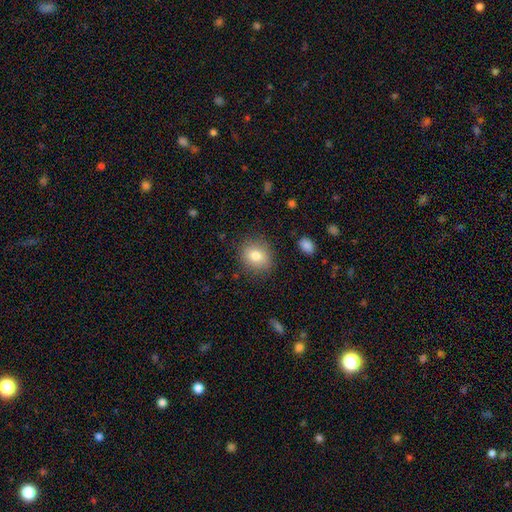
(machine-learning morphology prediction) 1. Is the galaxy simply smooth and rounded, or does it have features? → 79% smooth, 11% featured or disk, 10% star or artifact.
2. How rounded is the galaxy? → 67% round, 32% in between, 1% cigar-shaped.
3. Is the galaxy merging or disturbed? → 85% none, 11% minor disturbance, 3% major disturbance, 1% merger.